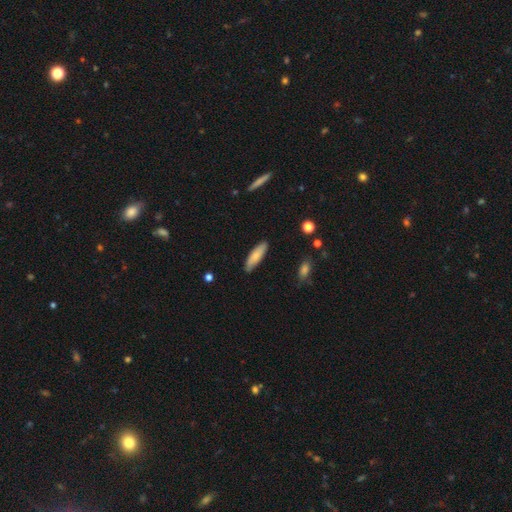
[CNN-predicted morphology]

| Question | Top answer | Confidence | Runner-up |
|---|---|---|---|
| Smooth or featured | smooth | 79% | featured or disk (15%) |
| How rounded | cigar-shaped | 56% | in between (43%) |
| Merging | none | 84% | minor disturbance (13%) |